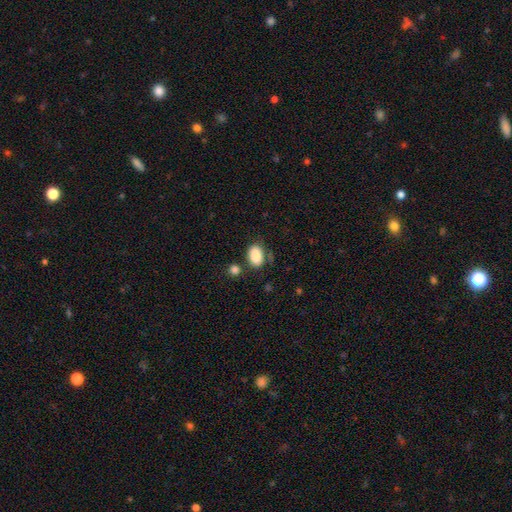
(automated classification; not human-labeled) Smooth or featured: smooth — 87% (star or artifact — 8%)
How rounded: in between — 87% (round — 12%)
Merging: none — 67% (minor disturbance — 18%)